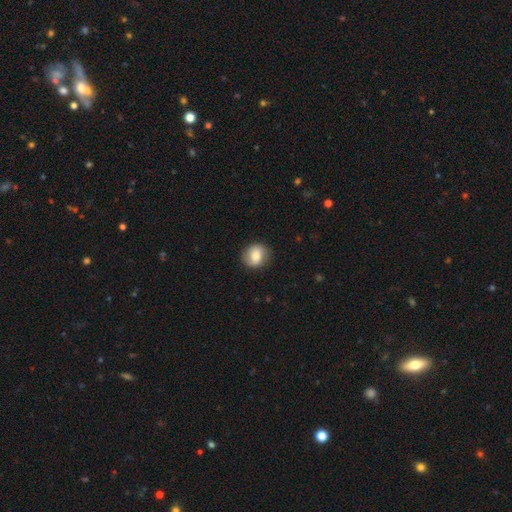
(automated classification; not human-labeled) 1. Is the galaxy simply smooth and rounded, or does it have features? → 72% smooth, 20% featured or disk, 8% star or artifact.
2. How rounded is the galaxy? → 76% round, 23% in between, 1% cigar-shaped.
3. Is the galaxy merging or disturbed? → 86% none, 10% minor disturbance, 3% major disturbance, 1% merger.